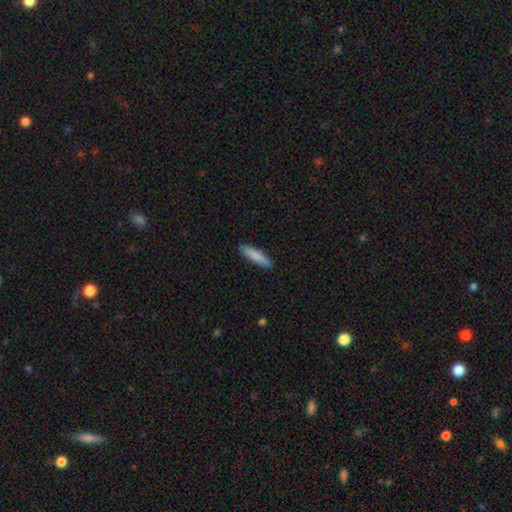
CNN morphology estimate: smooth-or-featured: smooth: 85% | featured or disk: 9% | star or artifact: 5%
  how-rounded: cigar-shaped: 82% | in between: 17% | round: 1%
  merging: none: 90% | minor disturbance: 7% | major disturbance: 2% | merger: 1%